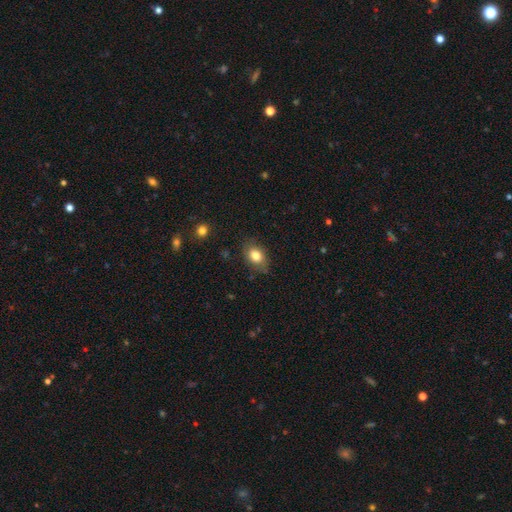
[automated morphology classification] A smooth galaxy with no disk features (81%) that is in between round and cigar-shaped (77%).

Vote fractions:
- Smooth or featured? smooth: 81% / featured or disk: 11% / star or artifact: 9%
- How rounded? in between: 77% / round: 21% / cigar-shaped: 2%
- Merging? none: 77% / minor disturbance: 18% / major disturbance: 4% / merger: 1%